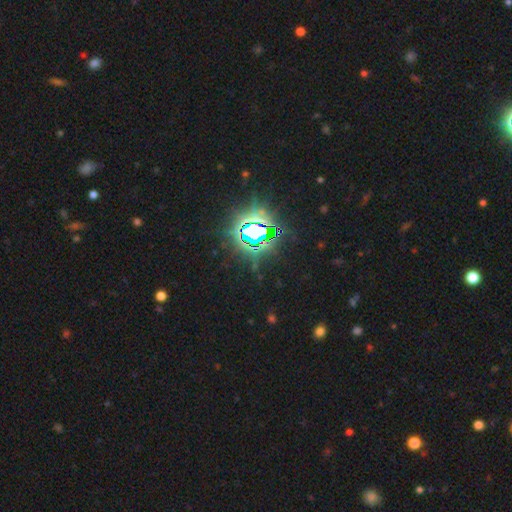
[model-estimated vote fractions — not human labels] smooth_or_featured: star or artifact (p=0.82) [alt: smooth p=0.10]